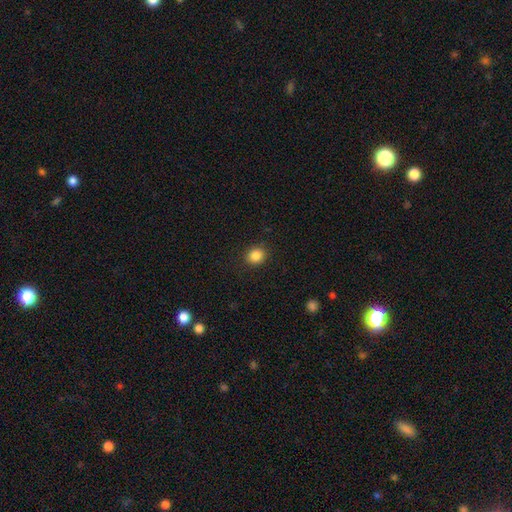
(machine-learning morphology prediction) Overall: smooth (85%). How rounded: round (77%). Merging: none (90%).